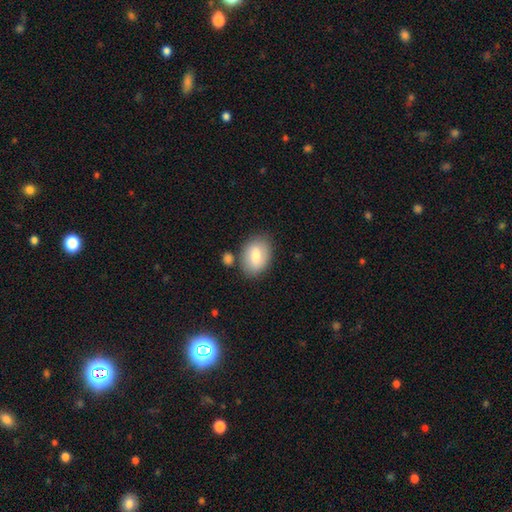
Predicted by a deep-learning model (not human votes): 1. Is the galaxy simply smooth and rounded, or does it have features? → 75% smooth, 18% featured or disk, 7% star or artifact.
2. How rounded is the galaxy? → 80% in between, 18% round, 1% cigar-shaped.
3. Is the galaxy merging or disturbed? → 76% none, 13% minor disturbance, 8% merger, 3% major disturbance.